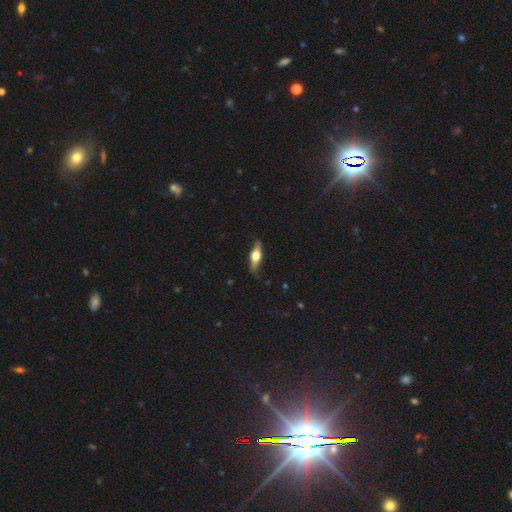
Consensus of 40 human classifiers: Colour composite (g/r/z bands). It shows a smooth galaxy with no disk features (50%) that is cigar-shaped (65%). Merging: none (82%).